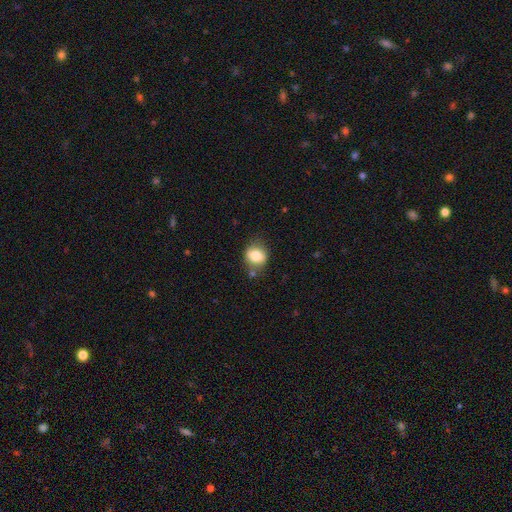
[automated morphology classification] smooth 76%, featured or disk 15%, star or artifact 9%. Down the decision tree: how rounded — round (63%); merging — none (68%).